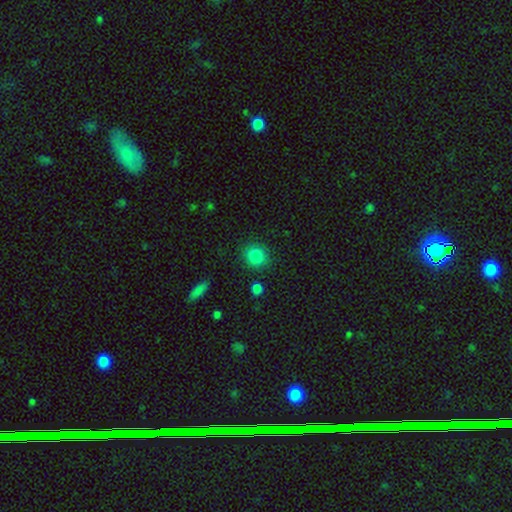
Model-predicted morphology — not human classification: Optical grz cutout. It shows a smooth galaxy with no disk features (86%) that is round (85%). Merging: none (87%).